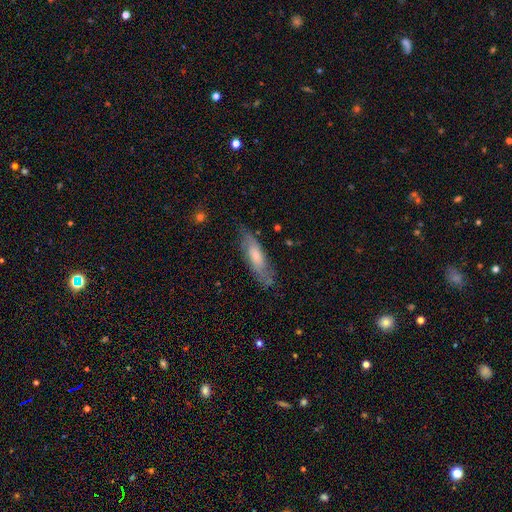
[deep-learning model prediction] A featured or disk galaxy (49%).

Vote fractions:
- Smooth or featured? featured or disk: 49% / smooth: 44% / star or artifact: 6%
- Merging? none: 74% / minor disturbance: 19% / major disturbance: 5% / merger: 2%